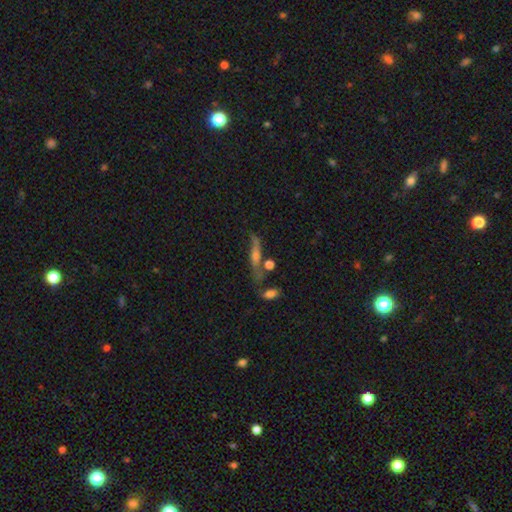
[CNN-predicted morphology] Smooth or featured? featured or disk (60%)
Edge-on disk? yes (74%)
Merging? none (57%)